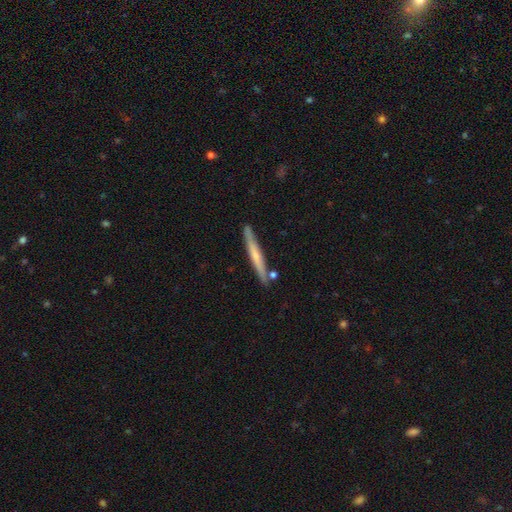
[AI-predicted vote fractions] smooth 48%, featured or disk 47%, star or artifact 6%. Down the decision tree: merging — none (84%).